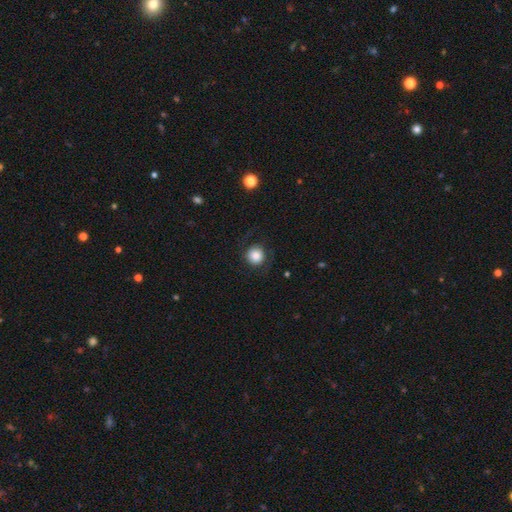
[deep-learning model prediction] Q: Smooth or featured?
A: smooth (81%); runner-up: featured or disk (10%)
Q: How rounded?
A: round (91%); runner-up: in between (8%)
Q: Merging?
A: none (79%); runner-up: minor disturbance (12%)